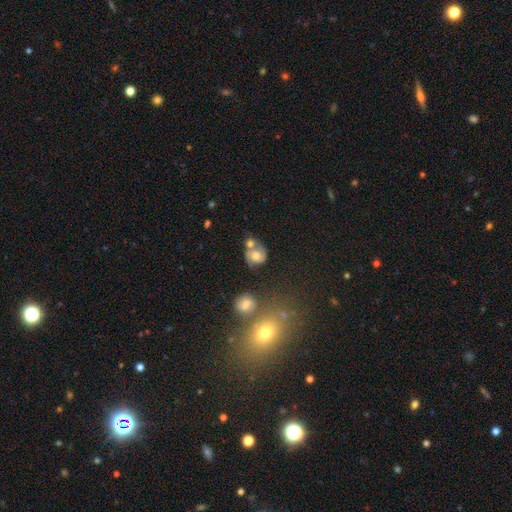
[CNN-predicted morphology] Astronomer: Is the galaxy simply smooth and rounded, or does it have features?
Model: smooth — 45% (runner-up: featured or disk, 44%).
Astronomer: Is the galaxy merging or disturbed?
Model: none — 40% (runner-up: merger, 36%).